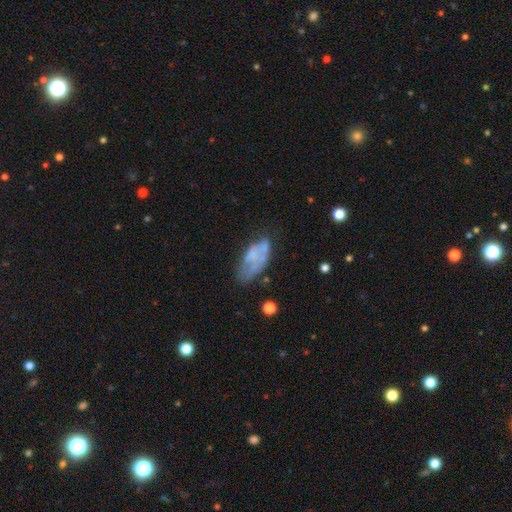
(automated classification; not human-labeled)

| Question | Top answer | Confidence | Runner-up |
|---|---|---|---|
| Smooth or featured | featured or disk | 47% | smooth (43%) |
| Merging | none | 43% | minor disturbance (29%) |